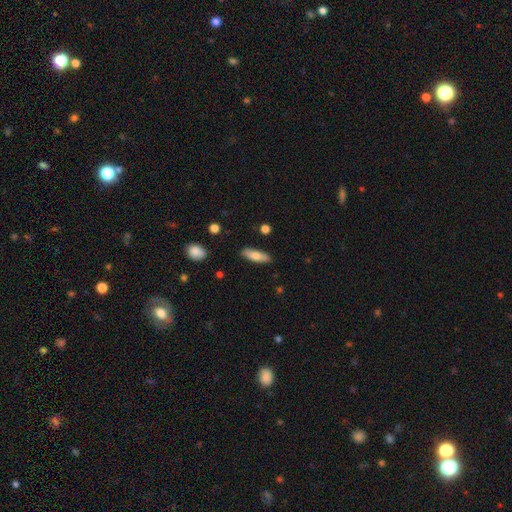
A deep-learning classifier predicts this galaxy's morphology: Smooth or featured?
  - smooth: 74% *
  - featured or disk: 20%
  - star or artifact: 6%
How rounded?
  - cigar-shaped: 51% *
  - in between: 47%
  - round: 2%
Merging?
  - none: 86% *
  - minor disturbance: 10%
  - major disturbance: 2%
  - merger: 2%